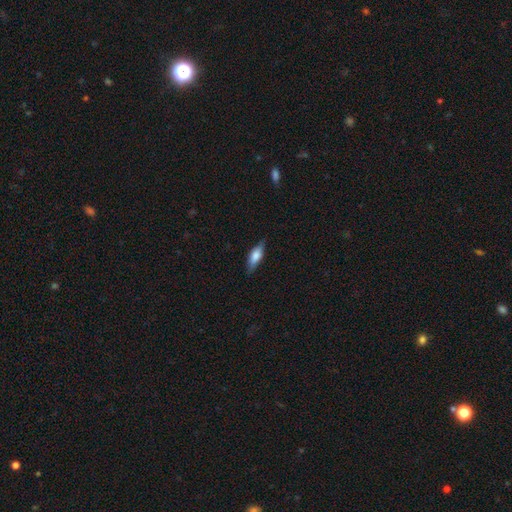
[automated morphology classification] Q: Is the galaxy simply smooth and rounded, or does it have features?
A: smooth — 65%.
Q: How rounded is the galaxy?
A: in between — 63%.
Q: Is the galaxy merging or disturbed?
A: none — 79%.